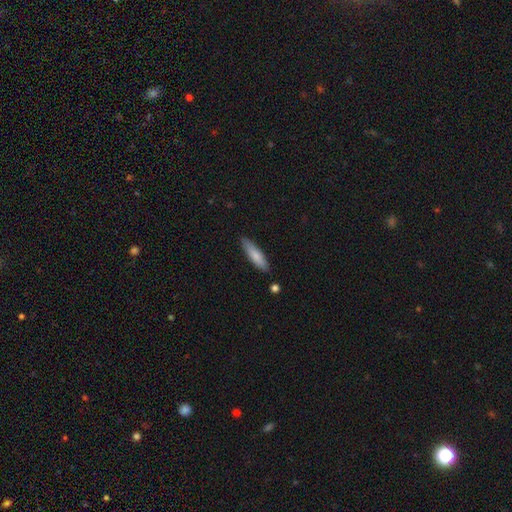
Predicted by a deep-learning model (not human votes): The model was most divided on "how rounded": cigar-shaped: 73%, in between: 25%, round: 1%. More confident: merging — none (84%); smooth or featured — smooth (78%).